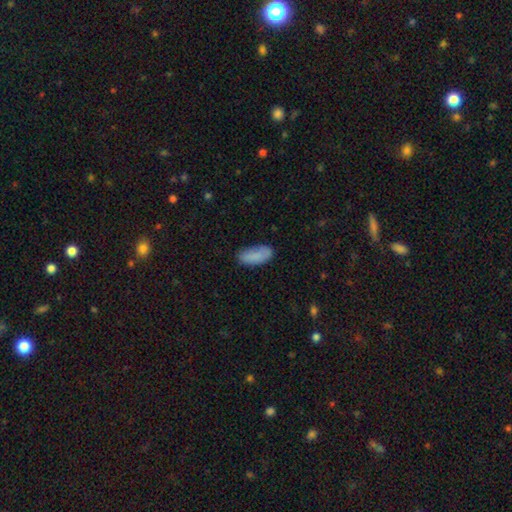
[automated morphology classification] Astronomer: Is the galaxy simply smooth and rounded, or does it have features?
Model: smooth — 86%.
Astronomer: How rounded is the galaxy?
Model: in between — 84%.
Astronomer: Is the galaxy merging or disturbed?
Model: none — 75%.